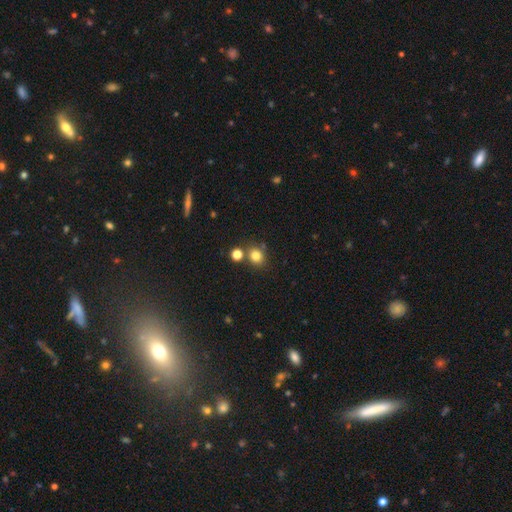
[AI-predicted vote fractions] Smooth or featured? Predicted: smooth (p=0.80). How rounded? Predicted: round (p=0.78). Merging? Predicted: none (p=0.73).